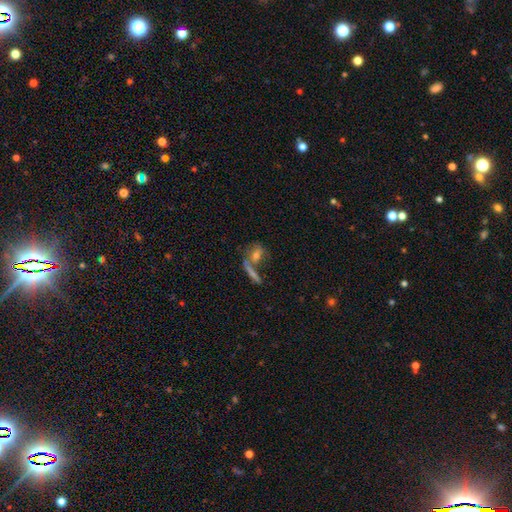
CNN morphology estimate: Smooth or featured?
  - smooth: 42% *
  - featured or disk: 40%
  - star or artifact: 18%
Merging?
  - none: 44% *
  - merger: 36%
  - minor disturbance: 11%
  - major disturbance: 9%